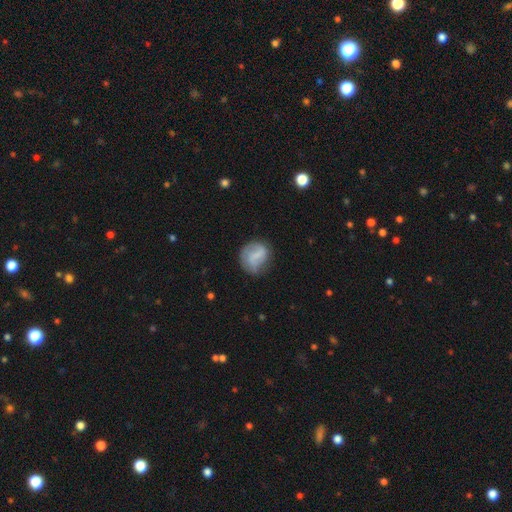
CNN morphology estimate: The model was most divided on "smooth or featured": smooth: 60%, featured or disk: 33%, star or artifact: 8%. More confident: how rounded — round (70%); merging — none (57%).